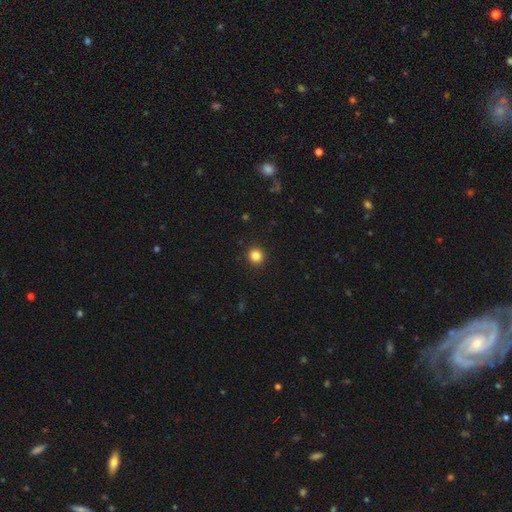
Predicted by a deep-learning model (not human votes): smooth 84%, star or artifact 11%, featured or disk 5%. Down the decision tree: how rounded — round (87%); merging — none (92%).